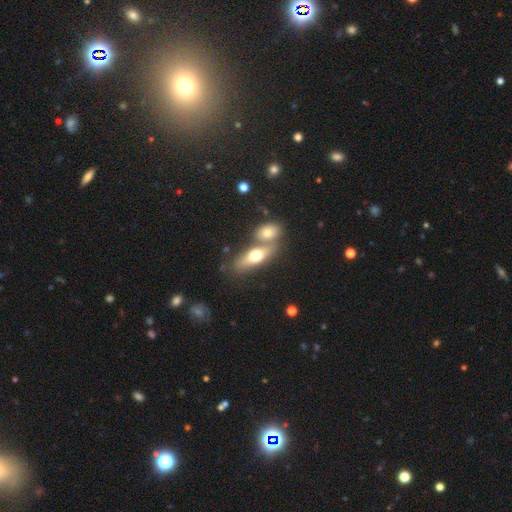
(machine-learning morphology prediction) Smooth or featured? smooth (60%)
How rounded? in between (64%)
Merging? merger (45%)